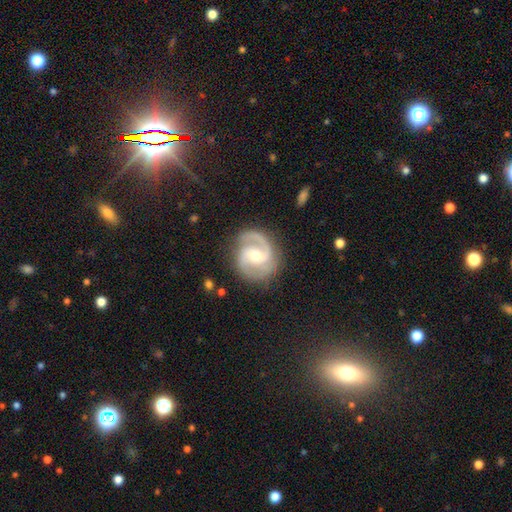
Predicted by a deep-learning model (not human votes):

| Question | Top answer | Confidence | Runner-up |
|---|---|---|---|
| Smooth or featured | featured or disk | 89% | smooth (6%) |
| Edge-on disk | no | 98% | yes (2%) |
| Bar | weak | 46% | no (36%) |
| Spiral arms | yes | 98% | no (2%) |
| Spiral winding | medium | 55% | tight (33%) |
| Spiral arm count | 2 | 86% | 3 (6%) |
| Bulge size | moderate | 63% | small (33%) |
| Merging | none | 82% | minor disturbance (12%) |